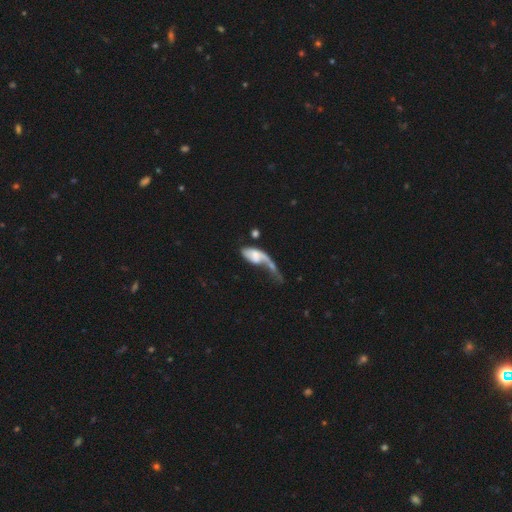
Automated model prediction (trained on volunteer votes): A featured or disk galaxy (56%) with no bar (63%), spiral arms (66%) and a small central bulge (35%). Merging: major disturbance (46%).